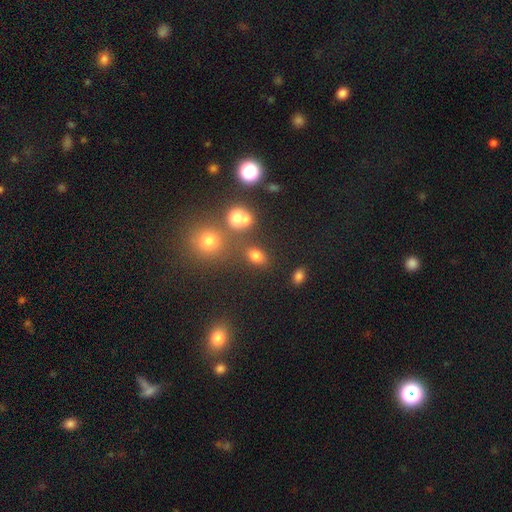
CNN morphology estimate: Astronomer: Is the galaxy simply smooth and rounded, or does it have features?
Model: smooth — 74%.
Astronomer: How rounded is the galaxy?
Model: in between — 71%.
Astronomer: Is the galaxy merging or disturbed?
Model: none — 71%.